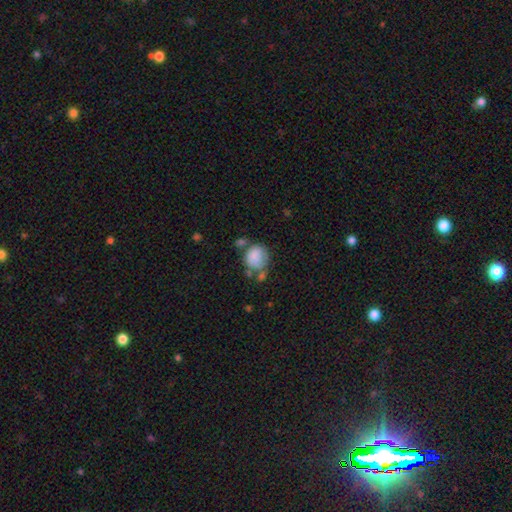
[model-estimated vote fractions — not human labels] Q: Smooth or featured?
A: smooth (81%); runner-up: featured or disk (11%)
Q: How rounded?
A: round (67%); runner-up: in between (32%)
Q: Merging?
A: none (43%); runner-up: minor disturbance (23%)